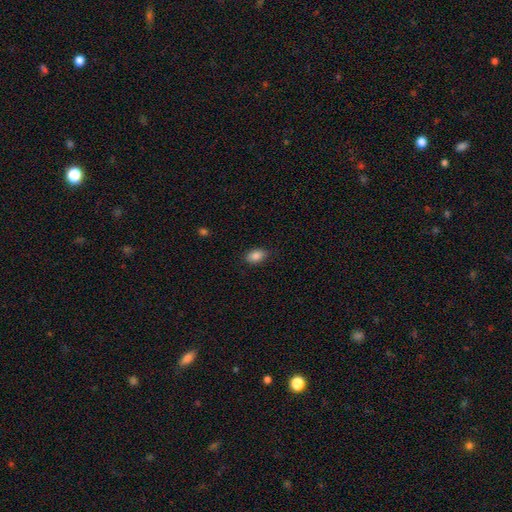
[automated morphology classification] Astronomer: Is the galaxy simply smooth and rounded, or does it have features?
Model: smooth — 88%.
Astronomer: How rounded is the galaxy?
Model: in between — 89%.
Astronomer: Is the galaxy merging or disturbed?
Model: none — 85%.